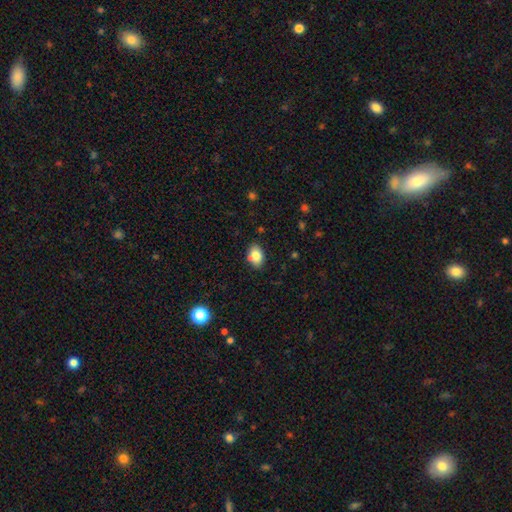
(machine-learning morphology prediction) smooth 82%, featured or disk 9%, star or artifact 8%. Down the decision tree: how rounded — in between (80%); merging — none (81%).